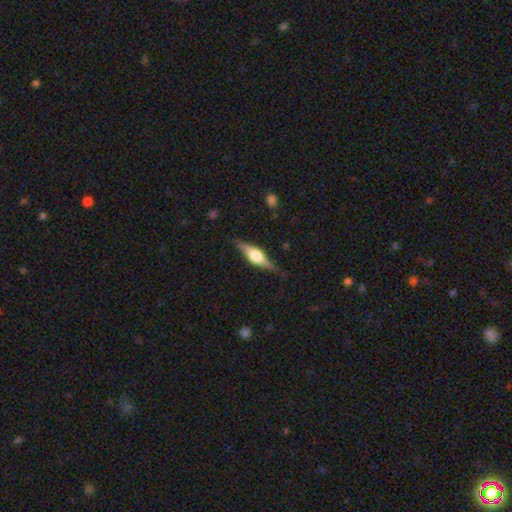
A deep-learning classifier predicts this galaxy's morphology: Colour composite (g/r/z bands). It shows a featured or disk galaxy (72%) viewed edge-on (96%) with a rounded central bulge (89%). Merging: none (84%).